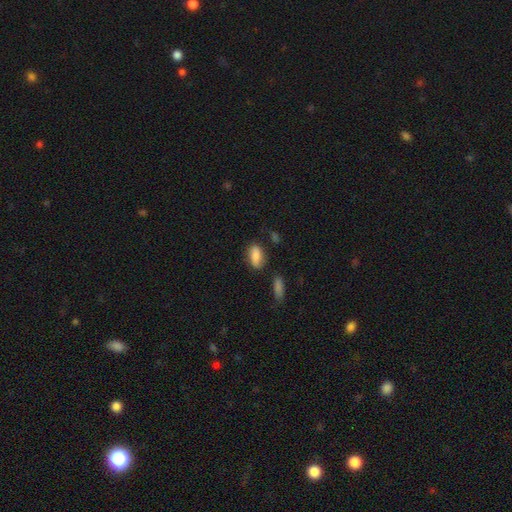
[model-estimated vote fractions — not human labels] Smooth or featured? smooth (82%)
How rounded? in between (88%)
Merging? none (69%)